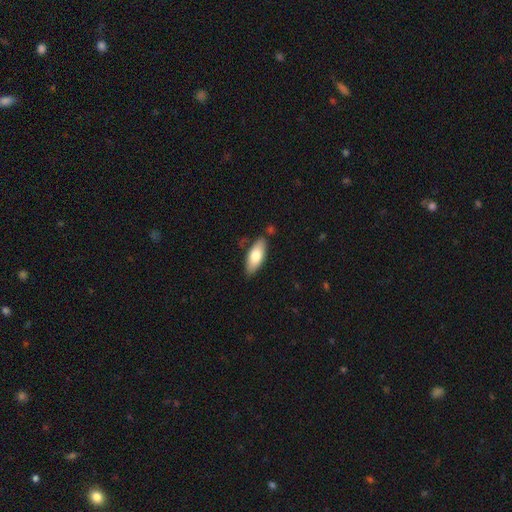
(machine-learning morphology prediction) A smooth galaxy with no disk features (74%) that is in between round and cigar-shaped (78%).

Vote fractions:
- Smooth or featured? smooth: 74% / featured or disk: 21% / star or artifact: 6%
- How rounded? in between: 78% / cigar-shaped: 20% / round: 2%
- Merging? none: 80% / minor disturbance: 14% / merger: 4% / major disturbance: 3%